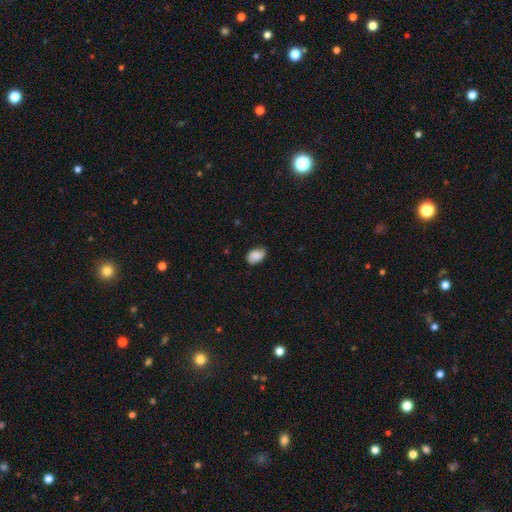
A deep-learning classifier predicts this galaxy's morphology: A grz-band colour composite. It shows a smooth galaxy with no disk features (76%) that is in between round and cigar-shaped (86%). Merging: none (72%).